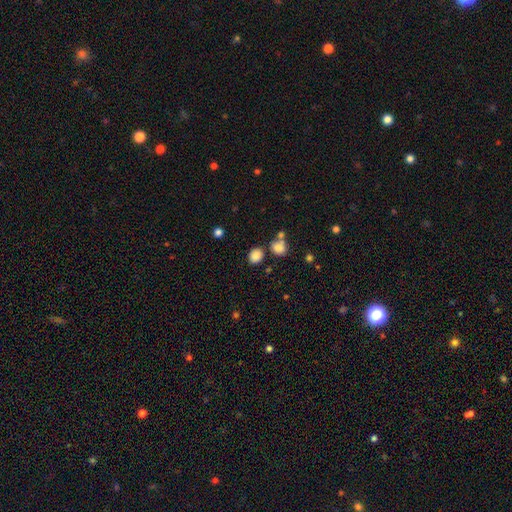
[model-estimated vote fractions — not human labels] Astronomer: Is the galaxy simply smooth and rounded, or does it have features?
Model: smooth — 85%.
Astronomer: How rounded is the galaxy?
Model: round — 61% (runner-up: in between, 38%).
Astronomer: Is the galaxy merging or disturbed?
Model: none — 73%.